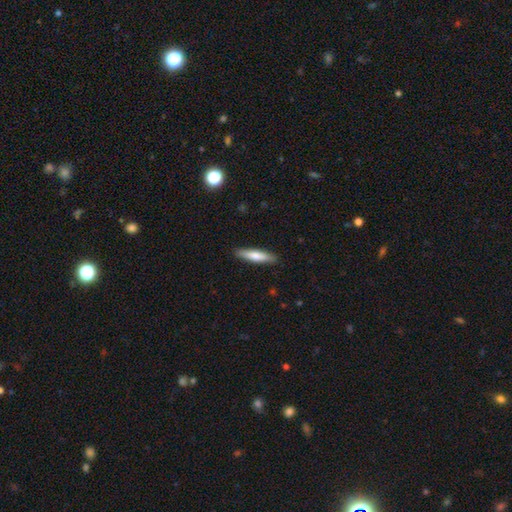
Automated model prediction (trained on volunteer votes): Smooth or featured: smooth — 70% (featured or disk — 24%)
How rounded: cigar-shaped — 82% (in between — 17%)
Merging: none — 88% (minor disturbance — 9%)